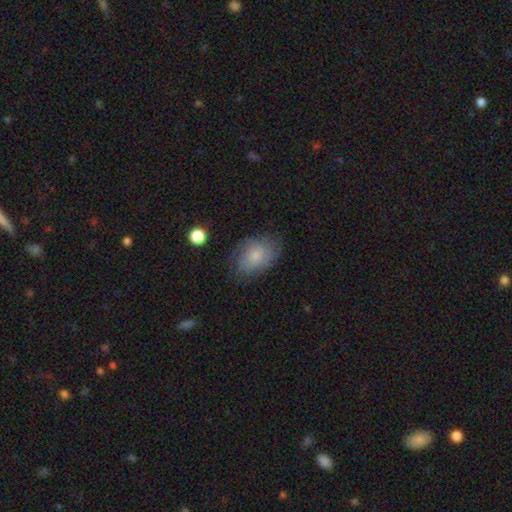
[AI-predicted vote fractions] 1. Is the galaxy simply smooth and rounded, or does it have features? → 64% smooth, 28% featured or disk, 8% star or artifact.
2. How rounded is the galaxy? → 83% in between, 16% round, 1% cigar-shaped.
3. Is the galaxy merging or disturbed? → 68% none, 22% minor disturbance, 8% major disturbance, 1% merger.